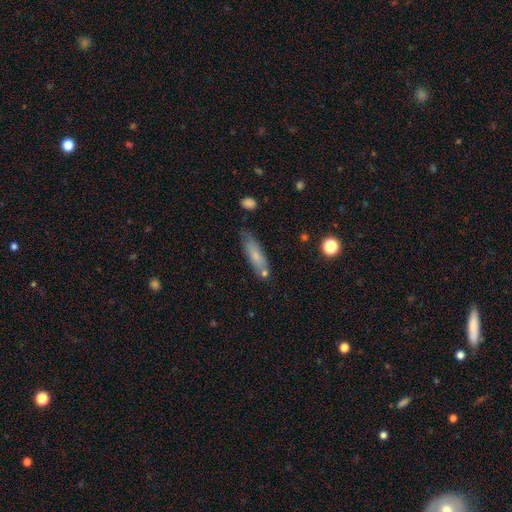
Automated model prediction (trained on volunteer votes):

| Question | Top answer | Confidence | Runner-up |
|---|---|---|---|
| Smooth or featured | smooth | 72% | featured or disk (20%) |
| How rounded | cigar-shaped | 65% | in between (33%) |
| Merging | none | 68% | minor disturbance (20%) |